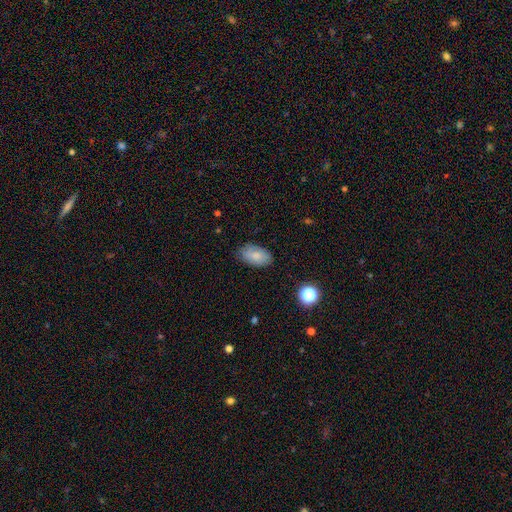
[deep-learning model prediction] Smooth or featured? smooth (79%)
How rounded? in between (93%)
Merging? none (78%)